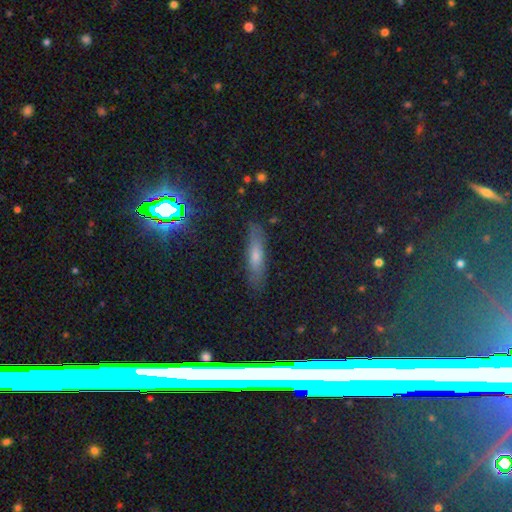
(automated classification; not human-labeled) This is possibly a smooth galaxy (51%). How rounded: likely cigar-shaped (75%). Merging: clearly none (85%).